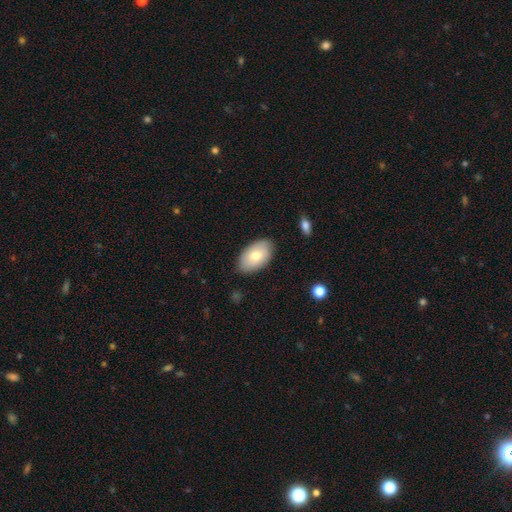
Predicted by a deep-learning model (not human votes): Smooth or featured? smooth (74%)
How rounded? in between (93%)
Merging? none (84%)